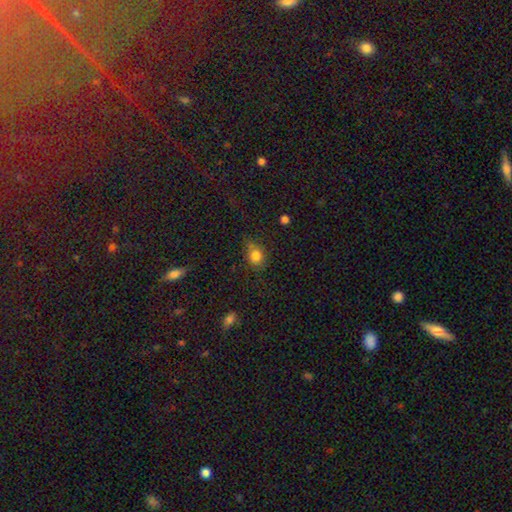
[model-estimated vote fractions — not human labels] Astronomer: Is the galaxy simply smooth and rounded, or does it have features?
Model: smooth — 80%.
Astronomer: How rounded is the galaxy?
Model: round — 68%.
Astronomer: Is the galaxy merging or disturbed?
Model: none — 65%.